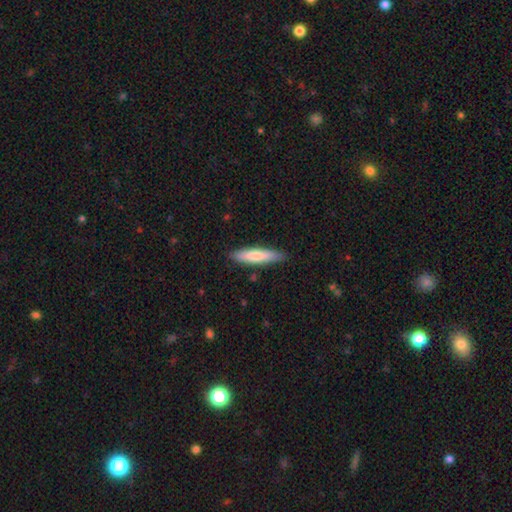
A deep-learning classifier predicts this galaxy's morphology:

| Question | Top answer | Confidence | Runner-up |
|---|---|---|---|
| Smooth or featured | smooth | 74% | featured or disk (21%) |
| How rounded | cigar-shaped | 83% | in between (16%) |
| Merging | none | 87% | minor disturbance (10%) |